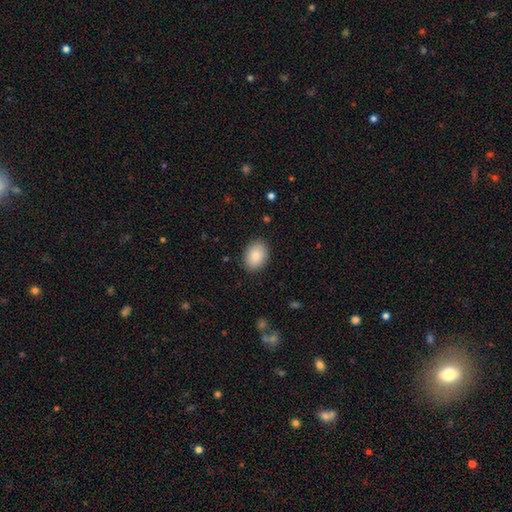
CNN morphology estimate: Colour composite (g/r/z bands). It shows a smooth galaxy with no disk features (87%) that is in between round and cigar-shaped (76%). Merging: none (88%).